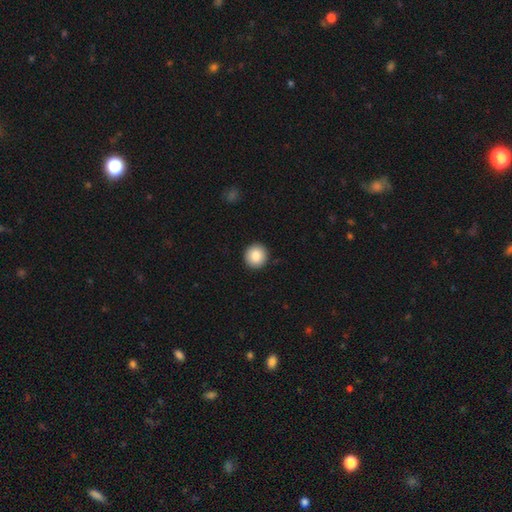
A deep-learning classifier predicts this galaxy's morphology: Smooth or featured?
  - smooth: 85% *
  - star or artifact: 8%
  - featured or disk: 7%
How rounded?
  - round: 93% *
  - in between: 6%
  - cigar-shaped: 1%
Merging?
  - none: 93% *
  - minor disturbance: 5%
  - major disturbance: 1%
  - merger: 1%